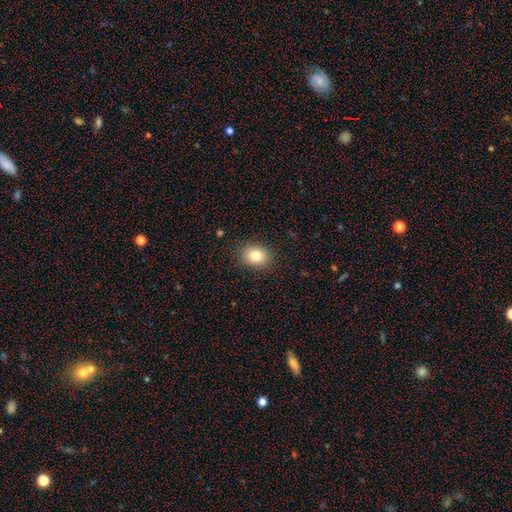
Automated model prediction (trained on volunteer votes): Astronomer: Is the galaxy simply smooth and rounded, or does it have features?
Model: smooth — 83%.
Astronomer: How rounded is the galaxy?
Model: in between — 55% (runner-up: round, 44%).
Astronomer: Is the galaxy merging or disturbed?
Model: none — 87%.